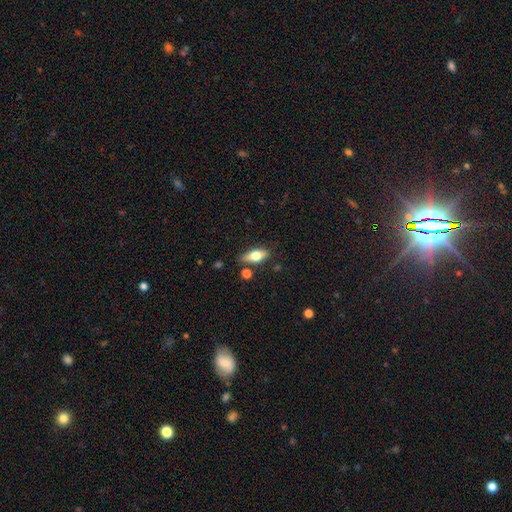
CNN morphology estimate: smooth_or_featured: smooth (p=0.57) [alt: featured or disk p=0.36]
how_rounded: in between (p=0.72) [alt: cigar-shaped p=0.24]
merging: none (p=0.75) [alt: minor disturbance p=0.15]